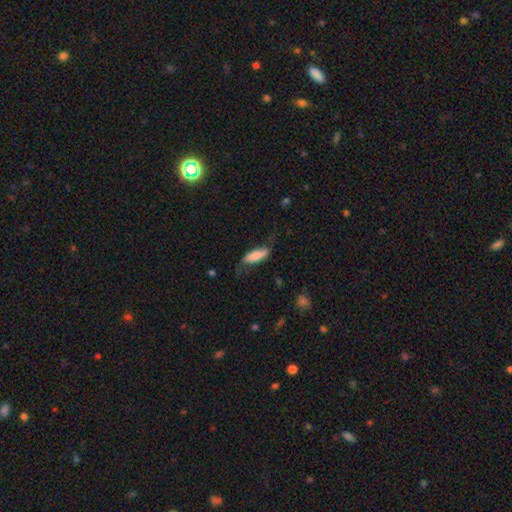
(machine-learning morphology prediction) Smooth or featured?
  - smooth: 71% *
  - featured or disk: 22%
  - star or artifact: 7%
How rounded?
  - in between: 59% *
  - cigar-shaped: 39%
  - round: 2%
Merging?
  - none: 54% *
  - minor disturbance: 28%
  - major disturbance: 15%
  - merger: 2%